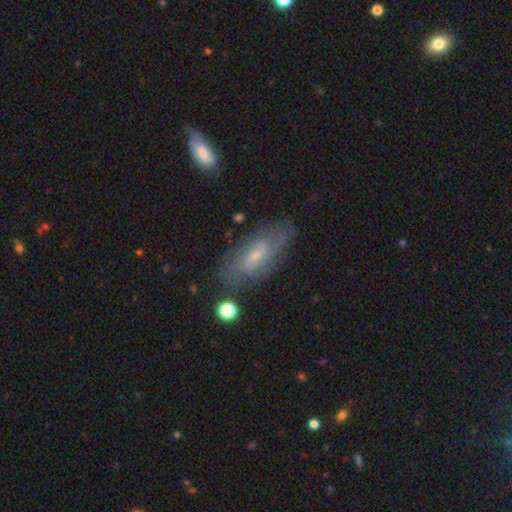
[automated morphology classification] This appears to be a featured or disk galaxy (64%) with no bar (45%, tied with weak), spiral arms (80%) and a small central bulge (57%). Merging: none (73%).